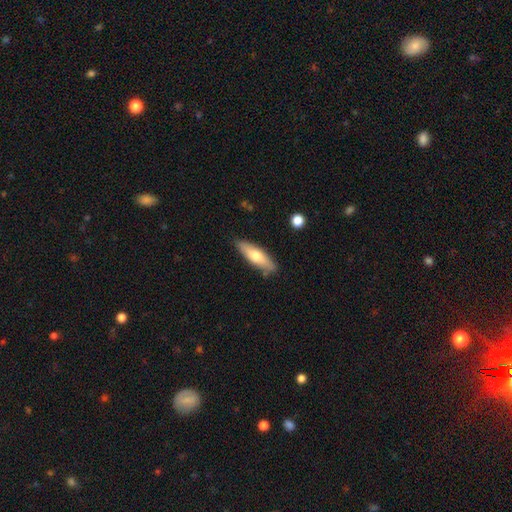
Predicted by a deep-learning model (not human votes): Smooth or featured?
  - smooth: 64% *
  - featured or disk: 31%
  - star or artifact: 6%
How rounded?
  - cigar-shaped: 54% *
  - in between: 44%
  - round: 2%
Merging?
  - none: 83% *
  - minor disturbance: 12%
  - major disturbance: 2%
  - merger: 2%